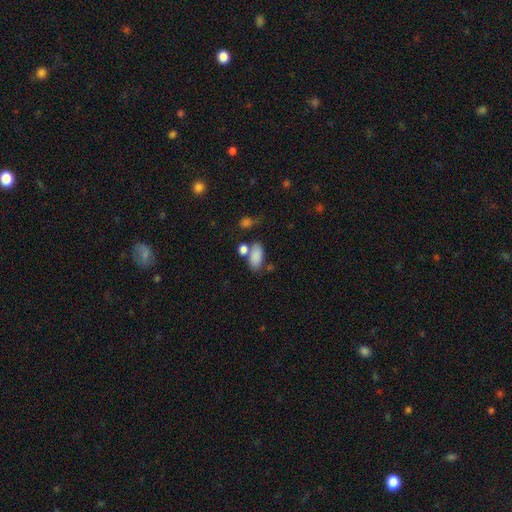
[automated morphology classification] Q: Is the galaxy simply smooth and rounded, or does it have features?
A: smooth — 85%.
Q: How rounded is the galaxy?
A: in between — 91%.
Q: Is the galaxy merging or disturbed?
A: none — 54%.